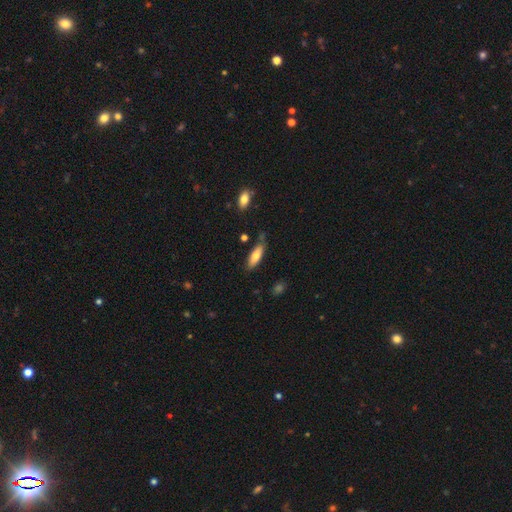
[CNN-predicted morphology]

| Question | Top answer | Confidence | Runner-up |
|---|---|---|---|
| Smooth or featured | smooth | 75% | featured or disk (19%) |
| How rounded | in between | 51% | cigar-shaped (47%) |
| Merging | none | 76% | minor disturbance (17%) |